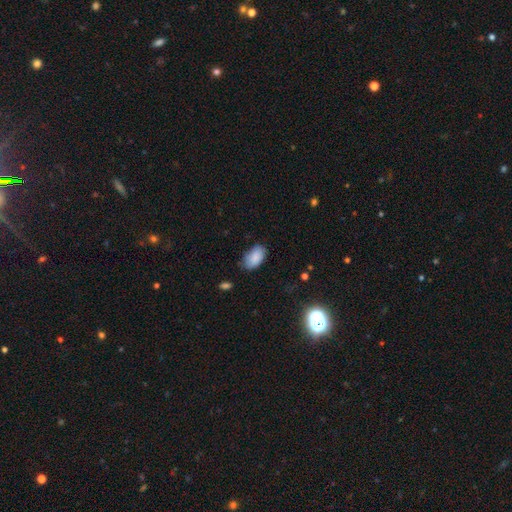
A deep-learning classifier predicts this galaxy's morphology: A smooth galaxy with no disk features (85%) that is in between round and cigar-shaped (93%).

Vote fractions:
- Smooth or featured? smooth: 85% / star or artifact: 8% / featured or disk: 7%
- How rounded? in between: 93% / round: 5% / cigar-shaped: 1%
- Merging? none: 69% / minor disturbance: 25% / major disturbance: 5% / merger: 2%